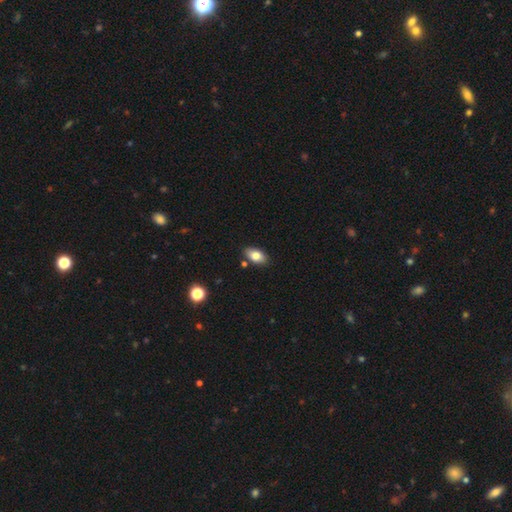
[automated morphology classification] The model was most divided on "smooth or featured": smooth: 79%, featured or disk: 13%, star or artifact: 8%. More confident: how rounded — in between (90%); merging — none (83%).